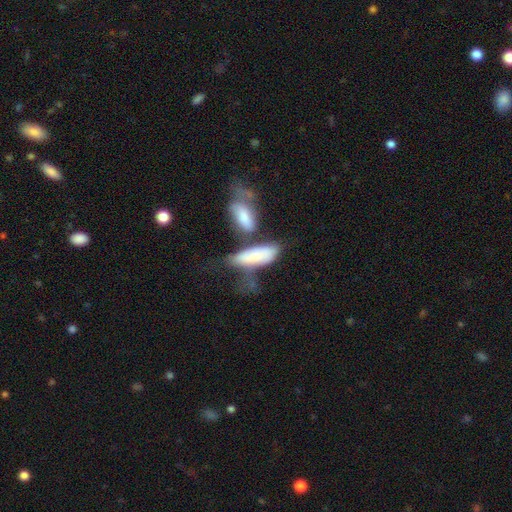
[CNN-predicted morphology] A smooth galaxy with no disk features (71%) that is in between round and cigar-shaped (70%).

Vote fractions:
- Smooth or featured? smooth: 71% / featured or disk: 22% / star or artifact: 7%
- How rounded? in between: 70% / cigar-shaped: 28% / round: 3%
- Merging? merger: 46% / none: 23% / minor disturbance: 17% / major disturbance: 14%